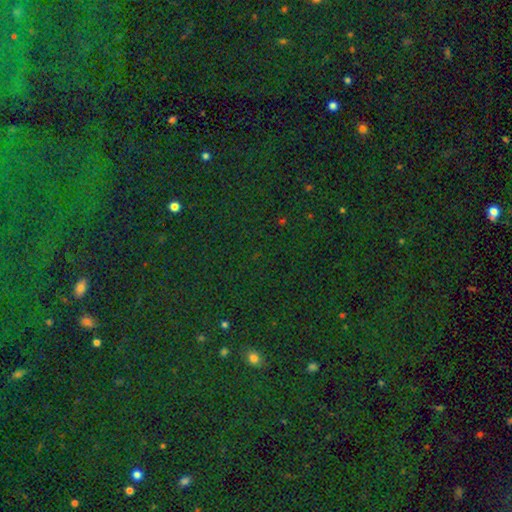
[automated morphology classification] Smooth or featured?
  - star or artifact: 78% *
  - smooth: 13%
  - featured or disk: 8%